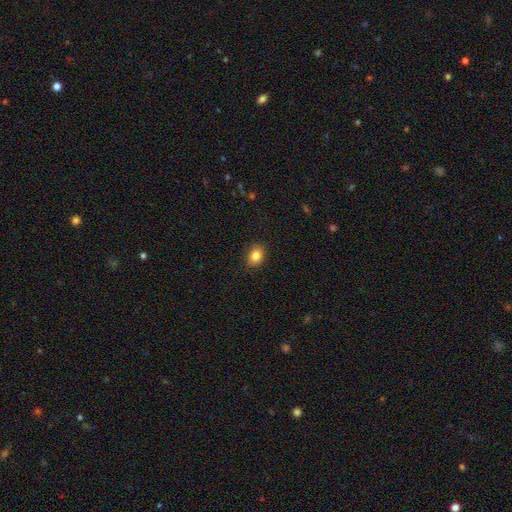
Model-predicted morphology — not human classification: Smooth or featured? smooth (84%)
How rounded? in between (56%)
Merging? none (85%)